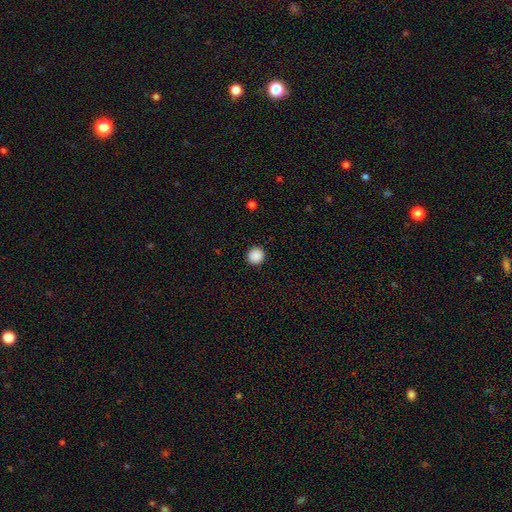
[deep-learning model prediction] Smooth or featured: smooth — 89% (star or artifact — 9%)
How rounded: round — 95% (in between — 4%)
Merging: none — 93% (minor disturbance — 4%)